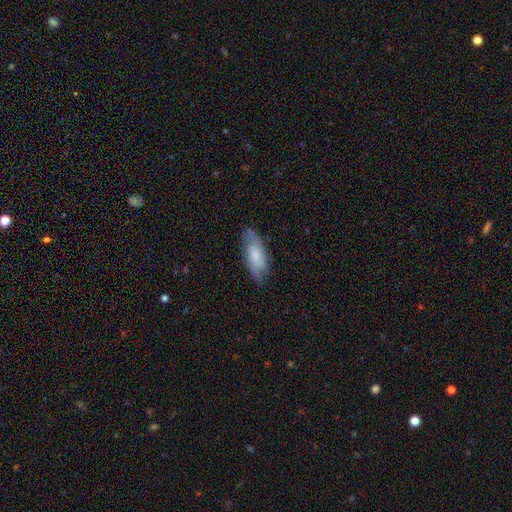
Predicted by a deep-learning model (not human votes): Q: Smooth or featured?
A: smooth (47%); runner-up: featured or disk (46%)
Q: Merging?
A: none (76%); runner-up: minor disturbance (18%)